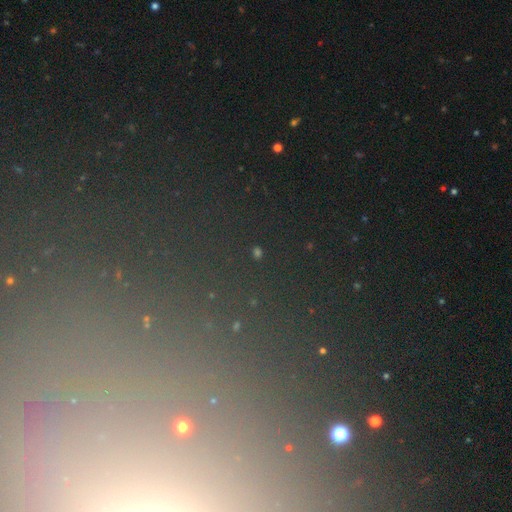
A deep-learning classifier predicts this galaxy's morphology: A star or artifact, not a galaxy (74%).